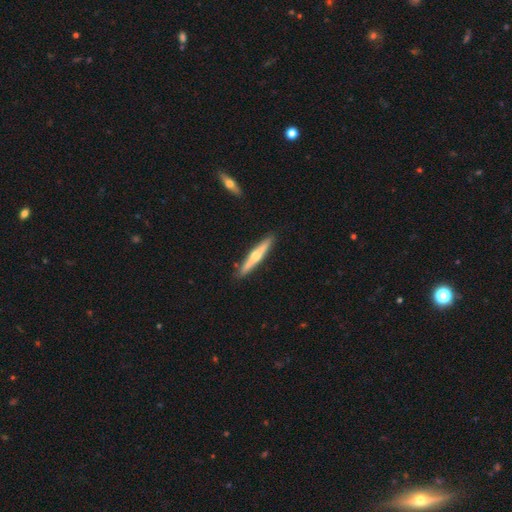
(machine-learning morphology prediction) type=featured or disk (59%); edge-on=yes (97%); edge-on bulge=rounded (88%); merging=none (90%).